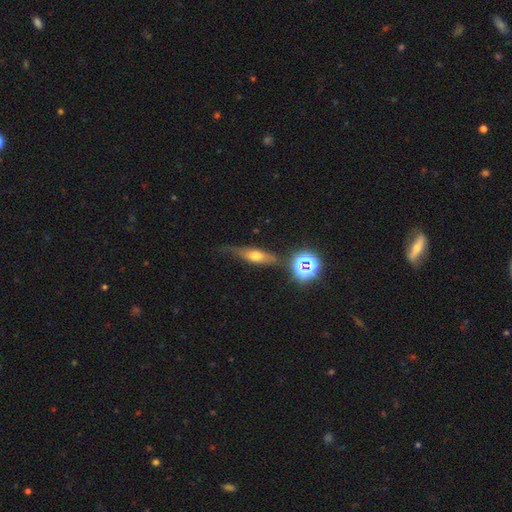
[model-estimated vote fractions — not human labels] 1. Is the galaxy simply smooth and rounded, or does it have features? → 46% smooth, 39% featured or disk, 15% star or artifact.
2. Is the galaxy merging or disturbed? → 60% none, 25% minor disturbance, 10% major disturbance, 5% merger.